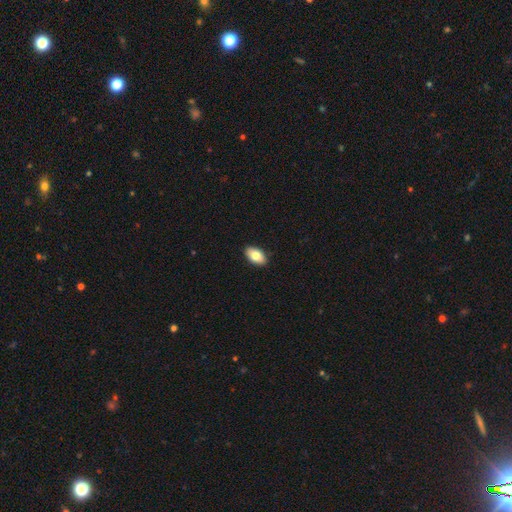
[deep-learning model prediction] Smooth or featured? Predicted: smooth (p=0.82). How rounded? Predicted: in between (p=0.94). Merging? Predicted: none (p=0.90).